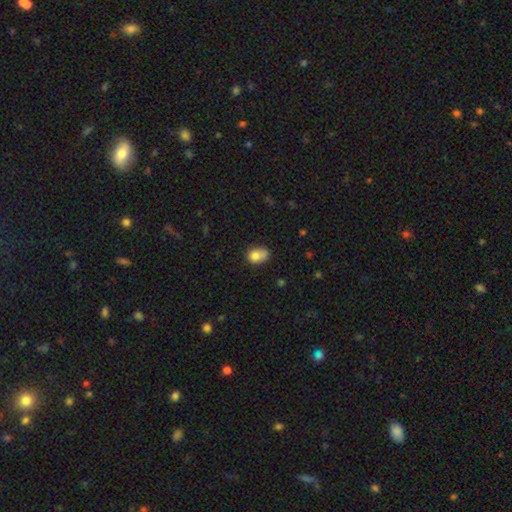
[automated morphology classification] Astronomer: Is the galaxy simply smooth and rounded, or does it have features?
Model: smooth — 78%.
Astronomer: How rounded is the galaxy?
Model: in between — 56% (runner-up: round, 43%).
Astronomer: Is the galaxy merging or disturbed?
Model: none — 39% (runner-up: minor disturbance, 28%).